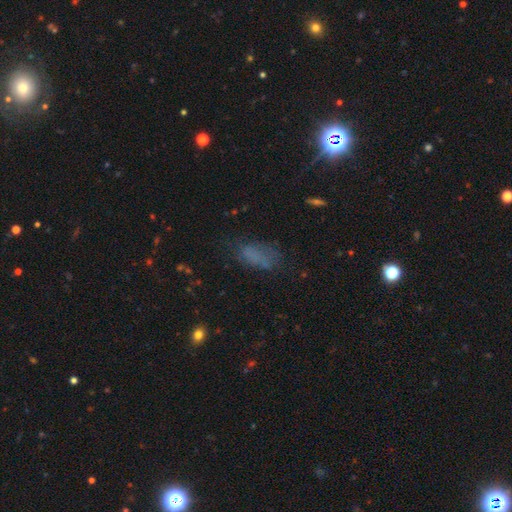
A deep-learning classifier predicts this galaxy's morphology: The model was most divided on "merging": none: 53%, minor disturbance: 24%, major disturbance: 20%, merger: 3%. More confident: how rounded — in between (82%); smooth or featured — smooth (59%).